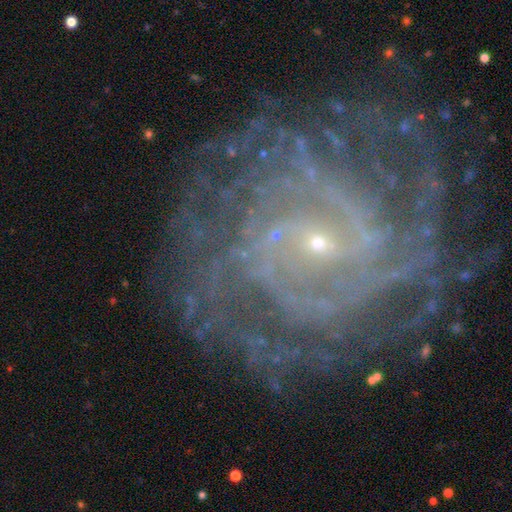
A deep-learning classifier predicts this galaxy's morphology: Smooth or featured? featured or disk (89%)
Edge-on disk? no (97%)
Bar? no (48%)
Spiral arms? yes (97%)
Spiral winding? tight (67%)
Spiral arm count? can't tell (26%)
Bulge size? small (89%)
Merging? none (76%)